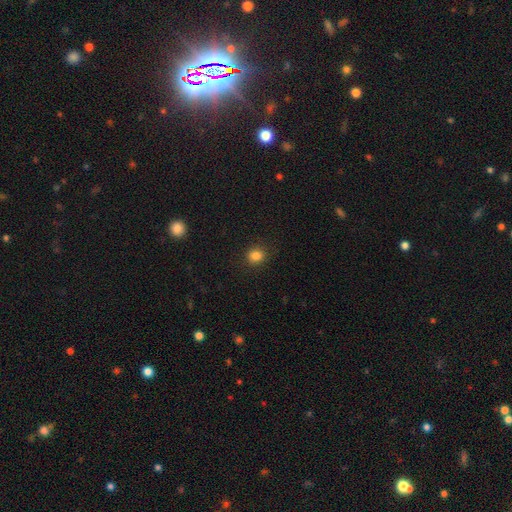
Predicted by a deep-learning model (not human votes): smooth 84%, star or artifact 12%, featured or disk 4%. Down the decision tree: how rounded — round (75%); merging — none (89%).